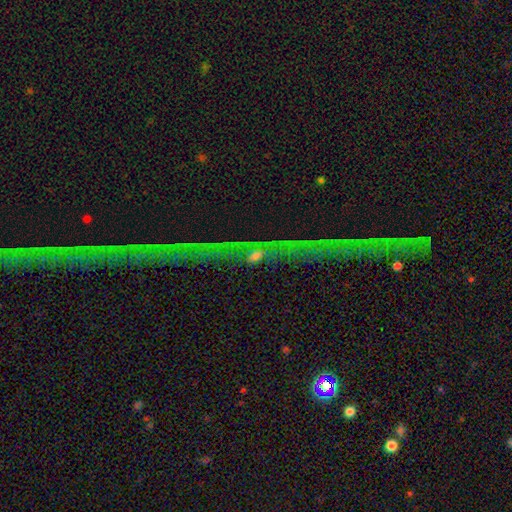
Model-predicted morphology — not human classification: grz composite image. It shows a star or artifact, not a galaxy (41%).